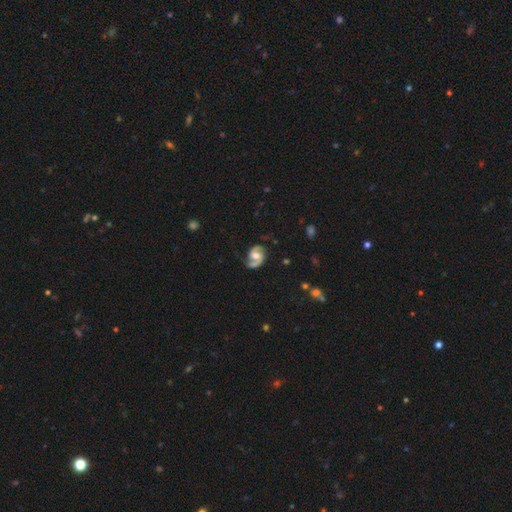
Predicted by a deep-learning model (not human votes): Morphology: type=featured or disk (85%); edge-on=no (98%); bar=no (50%); spiral arms=yes (95%); winding=medium (52%); arm count=2 (87%); bulge=moderate (68%); merging=none (70%).